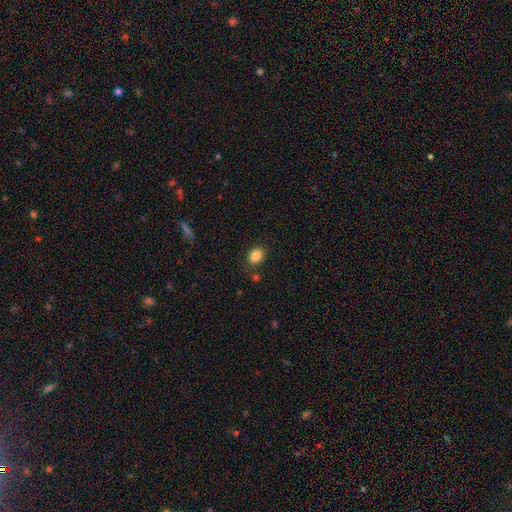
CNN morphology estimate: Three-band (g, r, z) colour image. It shows a smooth galaxy with no disk features (86%) that is in between round and cigar-shaped (60%). Merging: none (83%).